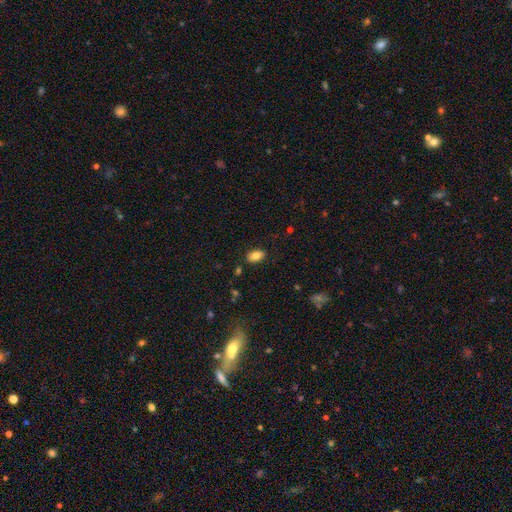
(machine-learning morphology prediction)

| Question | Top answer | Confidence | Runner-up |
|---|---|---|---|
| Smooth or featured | smooth | 83% | star or artifact (9%) |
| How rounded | in between | 89% | round (9%) |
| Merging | none | 85% | minor disturbance (10%) |